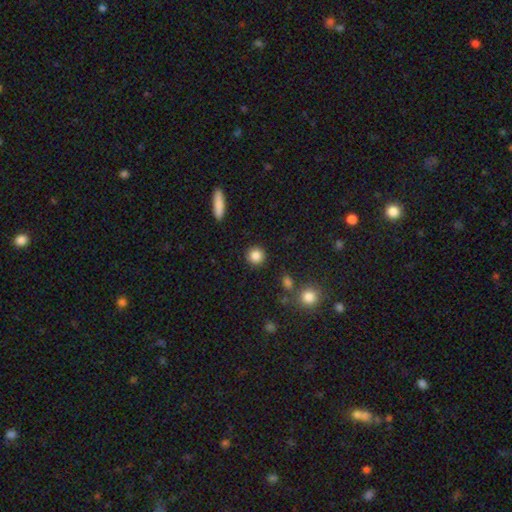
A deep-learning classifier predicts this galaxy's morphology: A smooth galaxy with no disk features (86%) that is round (92%). Merging: none (90%).